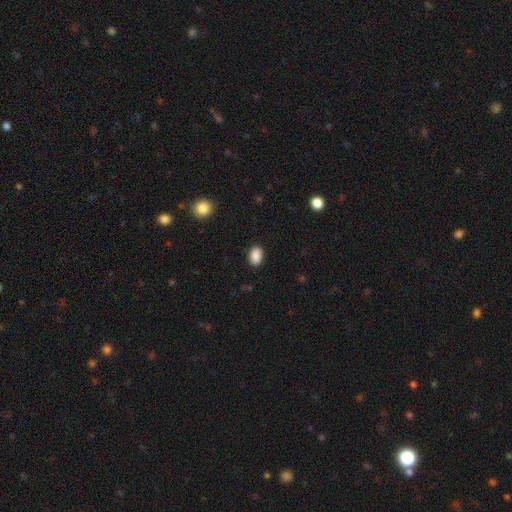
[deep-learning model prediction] Smooth or featured? Predicted: smooth (p=0.89). How rounded? Predicted: in between (p=0.85). Merging? Predicted: none (p=0.87).